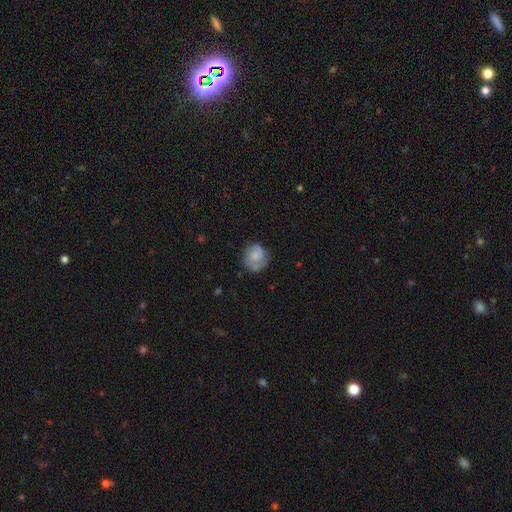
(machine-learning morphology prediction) Q: Smooth or featured?
A: smooth (52%); runner-up: featured or disk (40%)
Q: How rounded?
A: round (80%); runner-up: in between (19%)
Q: Merging?
A: none (64%); runner-up: minor disturbance (23%)